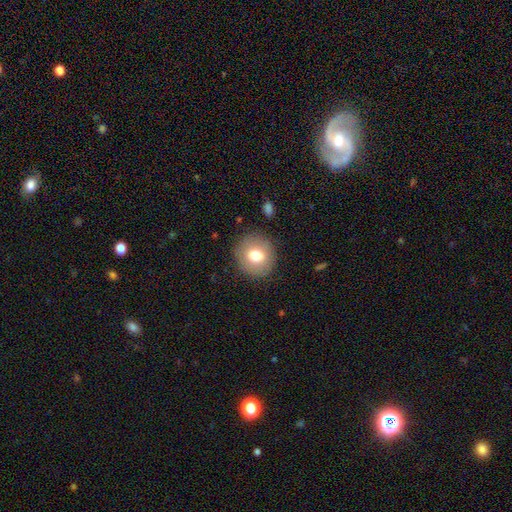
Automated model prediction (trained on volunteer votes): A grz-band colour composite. It shows a smooth galaxy with no disk features (73%) that is round (88%). Merging: none (87%).